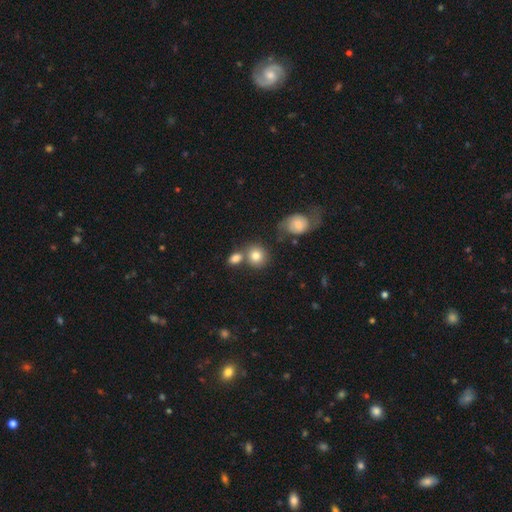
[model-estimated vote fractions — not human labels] Smooth or featured? Predicted: smooth (p=0.81). How rounded? Predicted: round (p=0.78). Merging? Predicted: none (p=0.55).